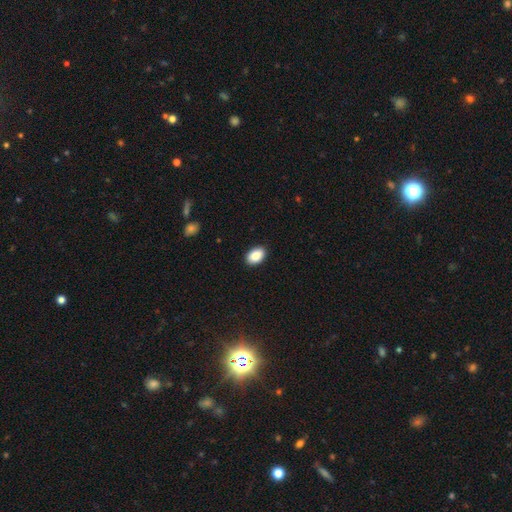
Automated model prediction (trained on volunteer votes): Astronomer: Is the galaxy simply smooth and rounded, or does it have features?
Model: smooth — 90%.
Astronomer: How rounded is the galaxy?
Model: in between — 90%.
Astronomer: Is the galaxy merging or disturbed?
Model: none — 89%.